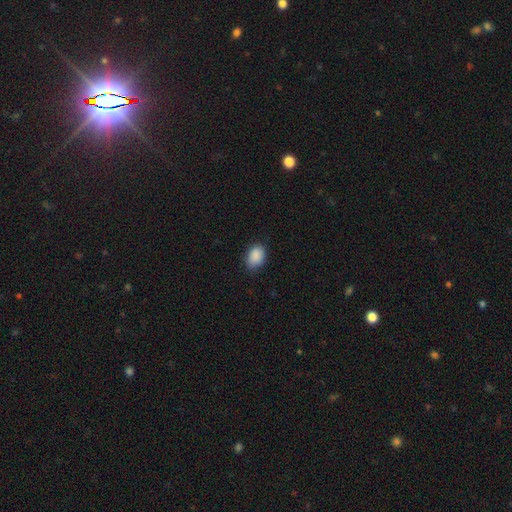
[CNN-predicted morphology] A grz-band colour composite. It shows a smooth galaxy with no disk features (89%) that is in between round and cigar-shaped (78%). Merging: none (79%).